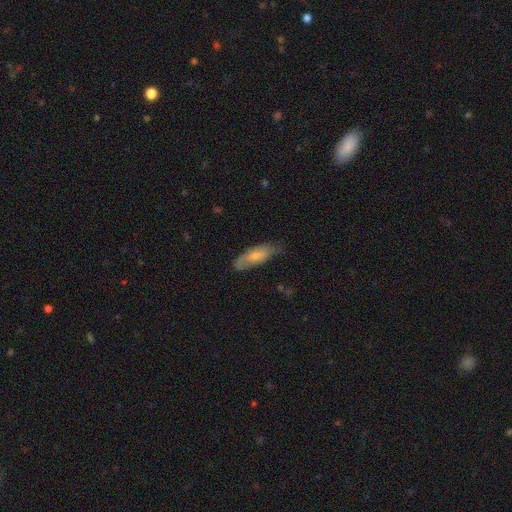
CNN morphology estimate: A smooth galaxy with no disk features (67%) that is in between round and cigar-shaped (67%). Merging: none (67%).